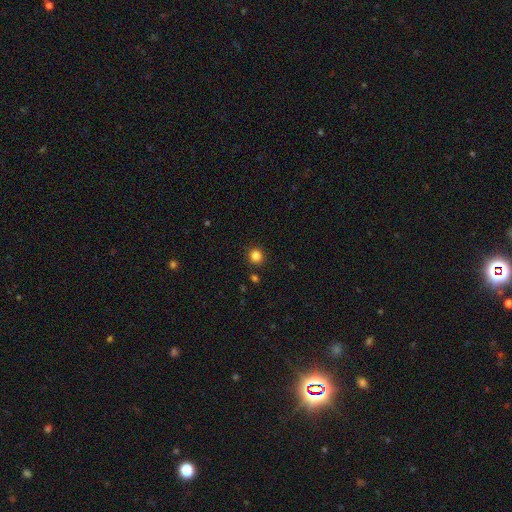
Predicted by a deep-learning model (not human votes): smooth_or_featured: smooth (p=0.84) [alt: star or artifact p=0.12]
how_rounded: round (p=0.91) [alt: in between p=0.08]
merging: none (p=0.89) [alt: minor disturbance p=0.06]